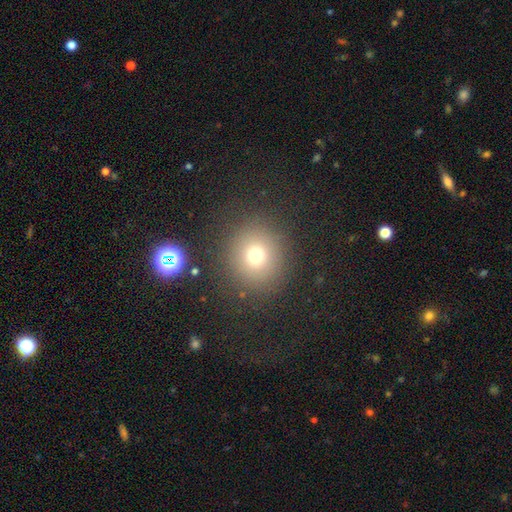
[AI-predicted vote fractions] This is likely a smooth galaxy (72%). How rounded: clearly round (89%). Merging: clearly none (86%).